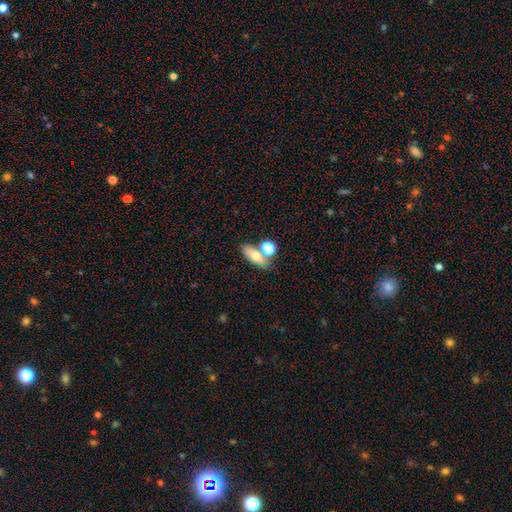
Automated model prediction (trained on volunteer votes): Morphology: type=smooth (68%); roundness=in between (68%); merging=none (59%).